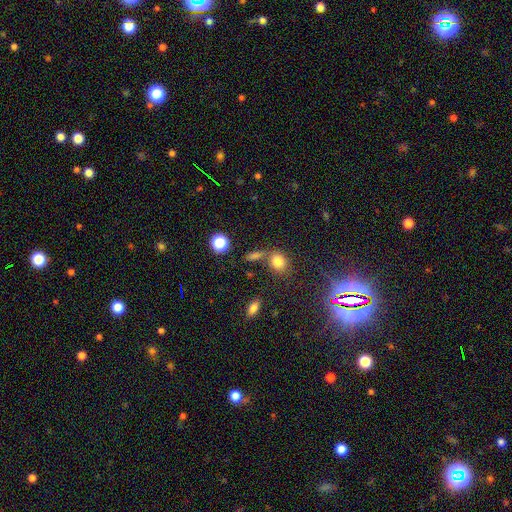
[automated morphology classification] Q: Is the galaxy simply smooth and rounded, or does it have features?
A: smooth — 63%.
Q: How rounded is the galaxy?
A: round — 52%.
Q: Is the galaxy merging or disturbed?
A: none — 63%.